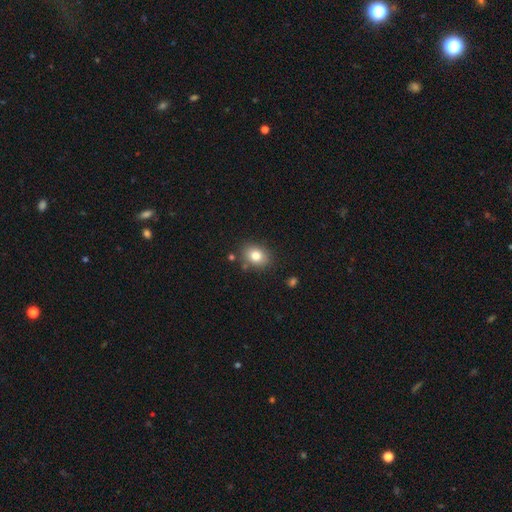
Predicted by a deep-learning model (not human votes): Smooth or featured? smooth (80%)
How rounded? in between (57%)
Merging? none (82%)